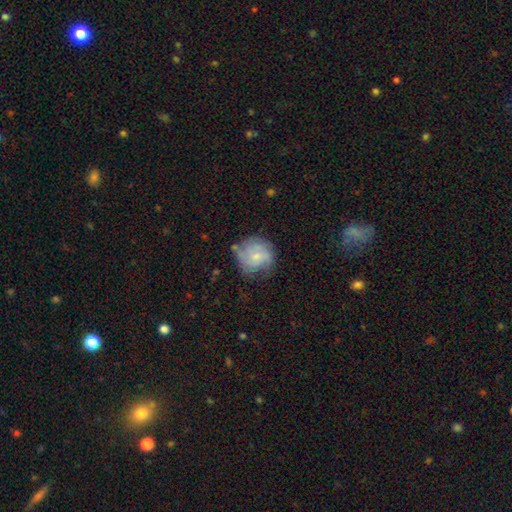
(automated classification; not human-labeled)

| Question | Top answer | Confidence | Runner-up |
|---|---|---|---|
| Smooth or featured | smooth | 55% | featured or disk (37%) |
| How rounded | round | 87% | in between (12%) |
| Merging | none | 58% | minor disturbance (27%) |